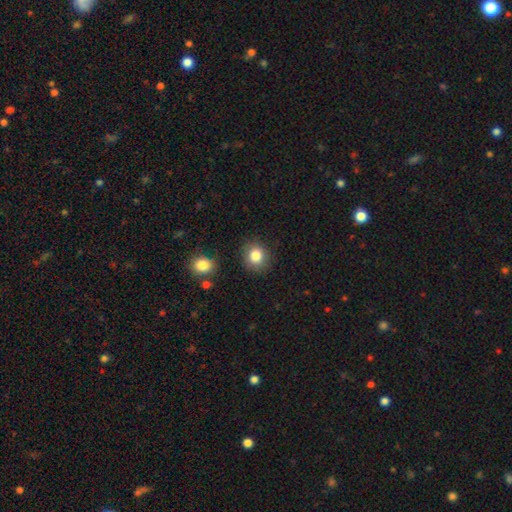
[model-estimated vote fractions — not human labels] smooth_or_featured: smooth (p=0.84) [alt: star or artifact p=0.10]
how_rounded: round (p=0.78) [alt: in between p=0.21]
merging: none (p=0.86) [alt: minor disturbance p=0.09]